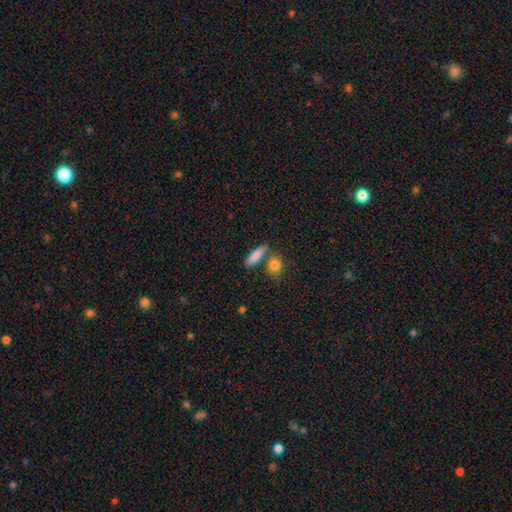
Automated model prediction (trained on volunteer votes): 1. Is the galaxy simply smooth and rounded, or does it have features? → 82% smooth, 11% featured or disk, 7% star or artifact.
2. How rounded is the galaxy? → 48% cigar-shaped, 46% in between, 6% round.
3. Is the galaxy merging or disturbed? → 61% none, 23% merger, 12% minor disturbance, 4% major disturbance.